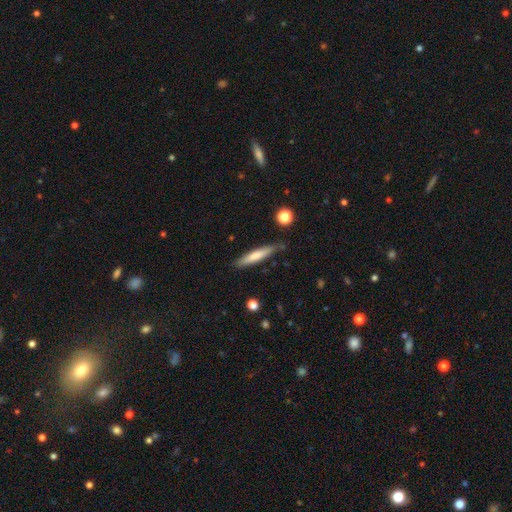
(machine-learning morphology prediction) Smooth or featured?
  - smooth: 67% *
  - featured or disk: 27%
  - star or artifact: 6%
How rounded?
  - cigar-shaped: 90% *
  - in between: 8%
  - round: 1%
Merging?
  - none: 80% *
  - minor disturbance: 15%
  - major disturbance: 3%
  - merger: 3%